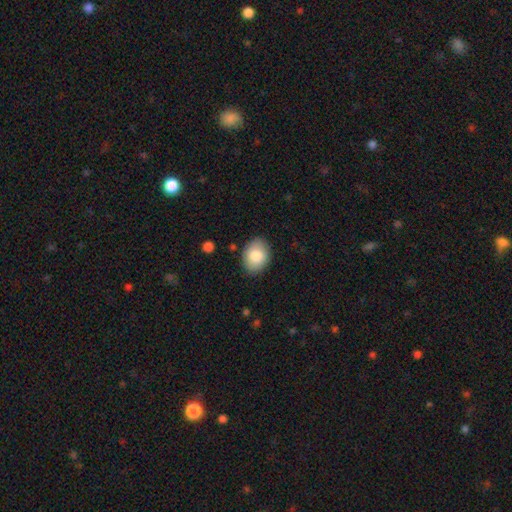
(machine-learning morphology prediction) A smooth galaxy with no disk features (84%) that is in between round and cigar-shaped (69%).

Vote fractions:
- Smooth or featured? smooth: 84% / featured or disk: 9% / star or artifact: 7%
- How rounded? in between: 69% / round: 30% / cigar-shaped: 1%
- Merging? none: 86% / minor disturbance: 11% / major disturbance: 2% / merger: 1%